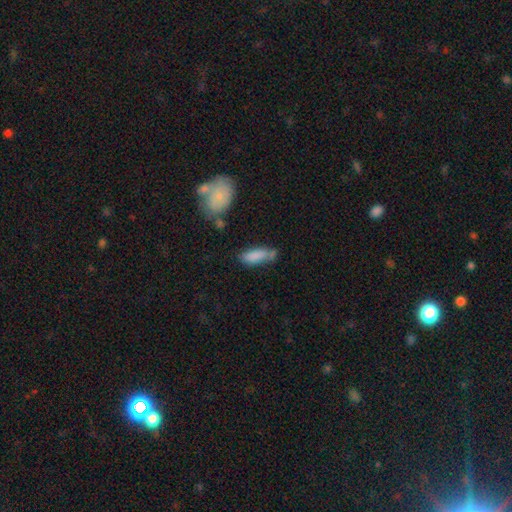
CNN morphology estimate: Q: Smooth or featured?
A: smooth (82%); runner-up: featured or disk (11%)
Q: How rounded?
A: in between (63%); runner-up: cigar-shaped (35%)
Q: Merging?
A: none (49%); runner-up: minor disturbance (29%)